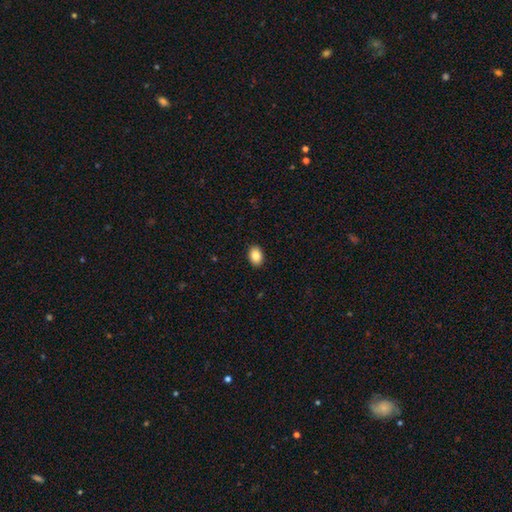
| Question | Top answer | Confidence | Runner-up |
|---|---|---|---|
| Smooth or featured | smooth | 88% | star or artifact (8%) |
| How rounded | in between | 66% | round (34%) |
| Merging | none | 92% | minor disturbance (5%) |